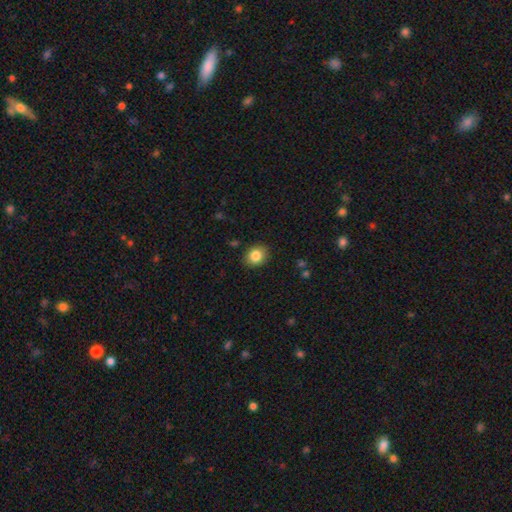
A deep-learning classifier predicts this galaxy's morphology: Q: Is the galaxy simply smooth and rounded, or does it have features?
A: smooth — 84%.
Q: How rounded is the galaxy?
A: round — 55%.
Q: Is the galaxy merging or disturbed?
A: none — 88%.